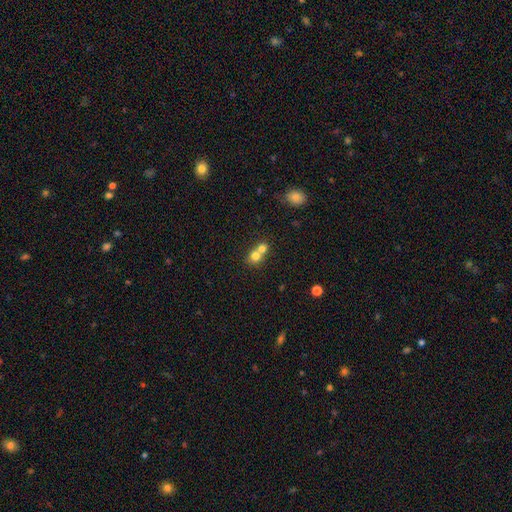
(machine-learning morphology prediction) A smooth galaxy with no disk features (74%) that is round (77%). Merging: merger (64%).